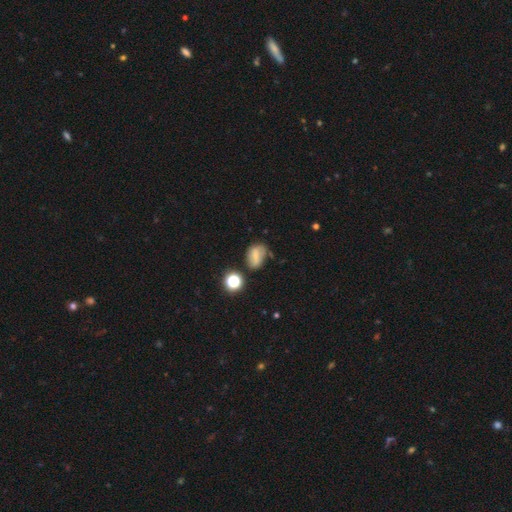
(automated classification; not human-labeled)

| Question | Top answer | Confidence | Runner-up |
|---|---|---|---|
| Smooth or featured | smooth | 60% | featured or disk (24%) |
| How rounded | in between | 71% | round (27%) |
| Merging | none | 52% | minor disturbance (28%) |